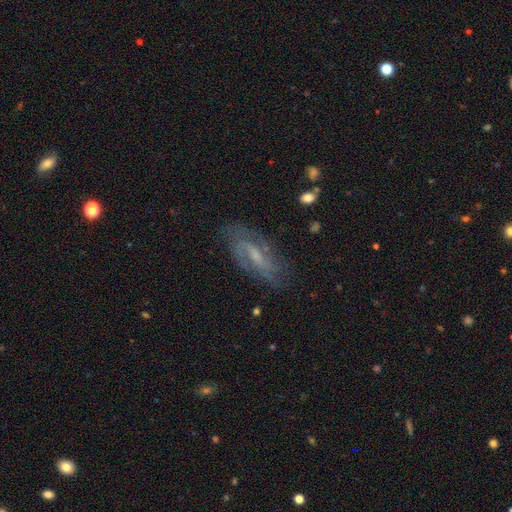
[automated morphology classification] Smooth or featured: featured or disk — 72% (smooth — 19%)
Edge-on disk: no — 87% (yes — 13%)
Bar: weak — 52% (no — 29%)
Spiral arms: yes — 88% (no — 12%)
Spiral winding: medium — 44% (tight — 35%)
Spiral arm count: 2 — 53% (can't tell — 29%)
Bulge size: small — 48% (moderate — 35%)
Merging: none — 74% (minor disturbance — 17%)